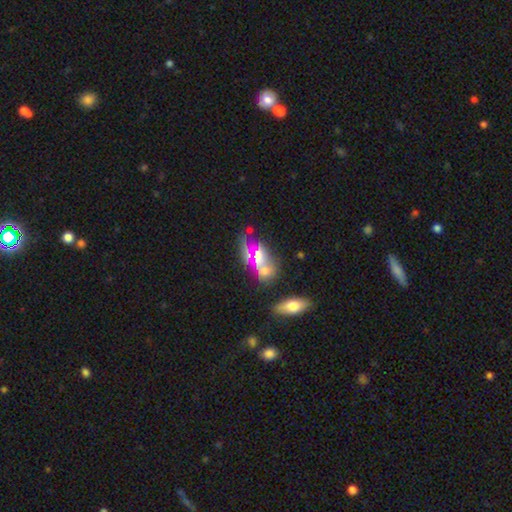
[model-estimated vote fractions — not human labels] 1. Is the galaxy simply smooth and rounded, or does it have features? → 43% smooth, 32% star or artifact, 25% featured or disk.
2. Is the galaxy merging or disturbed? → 46% none, 29% merger, 15% minor disturbance, 10% major disturbance.